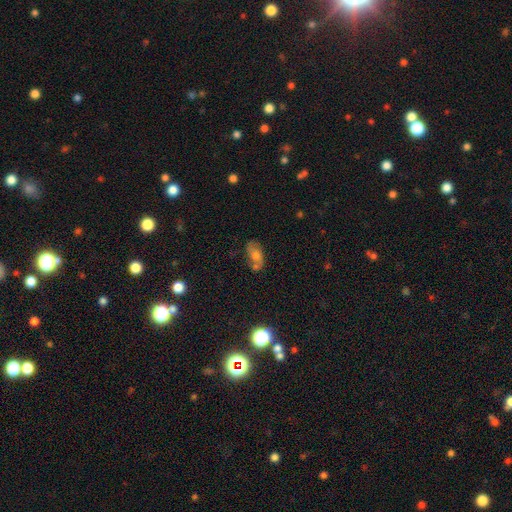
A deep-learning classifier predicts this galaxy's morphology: Smooth or featured?
  - smooth: 41% *
  - featured or disk: 38%
  - star or artifact: 21%
Merging?
  - none: 60% *
  - minor disturbance: 19%
  - merger: 12%
  - major disturbance: 8%